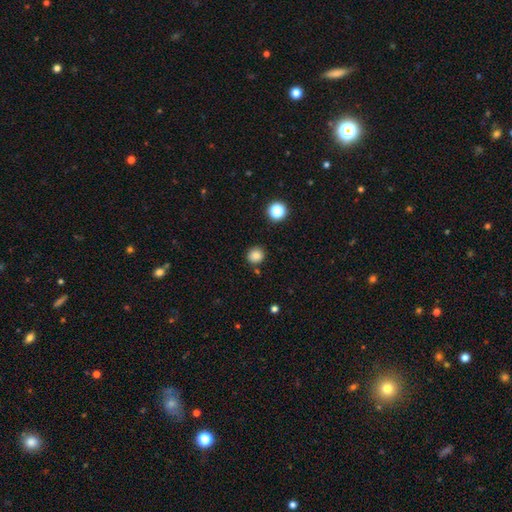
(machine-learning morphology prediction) Smooth or featured?
  - smooth: 83% *
  - star or artifact: 11%
  - featured or disk: 5%
How rounded?
  - round: 90% *
  - in between: 9%
  - cigar-shaped: 1%
Merging?
  - none: 86% *
  - minor disturbance: 8%
  - merger: 4%
  - major disturbance: 2%